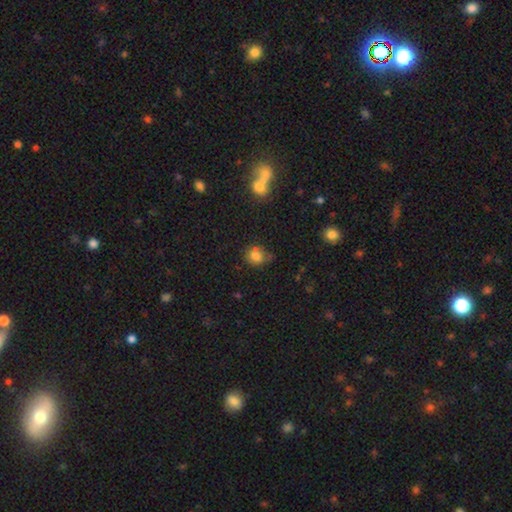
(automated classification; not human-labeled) Q: Smooth or featured?
A: smooth (79%); runner-up: star or artifact (13%)
Q: How rounded?
A: round (72%); runner-up: in between (27%)
Q: Merging?
A: none (58%); runner-up: minor disturbance (25%)